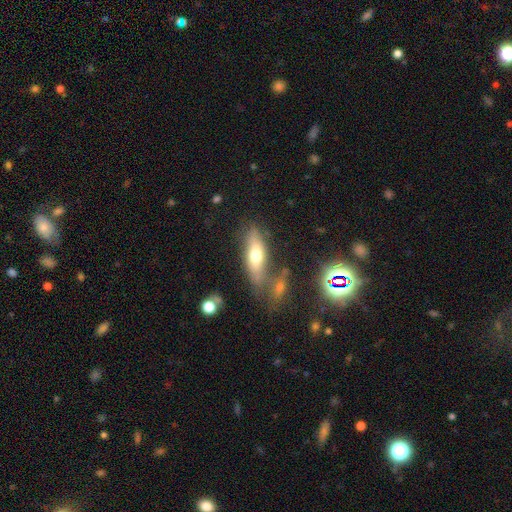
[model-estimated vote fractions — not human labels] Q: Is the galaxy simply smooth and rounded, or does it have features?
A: smooth — 61%.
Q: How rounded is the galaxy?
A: in between — 57%.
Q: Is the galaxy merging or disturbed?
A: none — 61%.